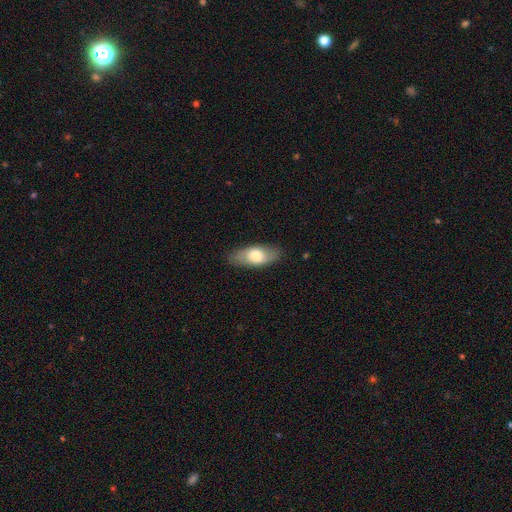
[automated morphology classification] This appears to be a smooth galaxy with no disk features (70%) that is in between round and cigar-shaped (81%). Merging: none (84%).